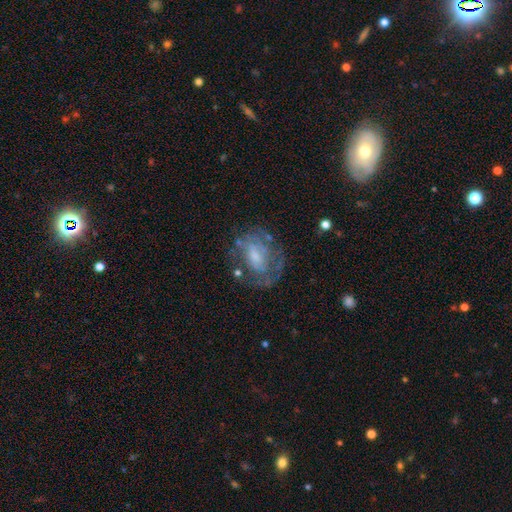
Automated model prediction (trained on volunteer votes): smooth_or_featured: featured or disk (p=0.64) [alt: smooth p=0.27]
disk_edge_on: no (p=0.96) [alt: yes p=0.04]
bar: no (p=0.53) [alt: weak p=0.37]
has_spiral_arms: yes (p=0.59) [alt: no p=0.41]
bulge_size: moderate (p=0.36) [tied with: small p=0.36]
merging: none (p=0.54) [alt: minor disturbance p=0.22]